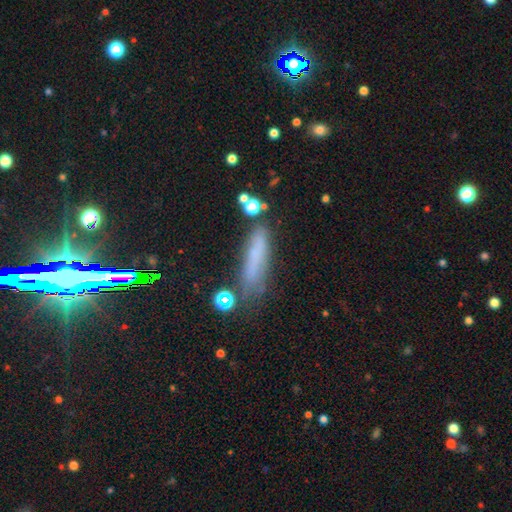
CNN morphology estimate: This appears to be a smooth galaxy with no disk features (59%) that is cigar-shaped (79%). Merging: none (65%).